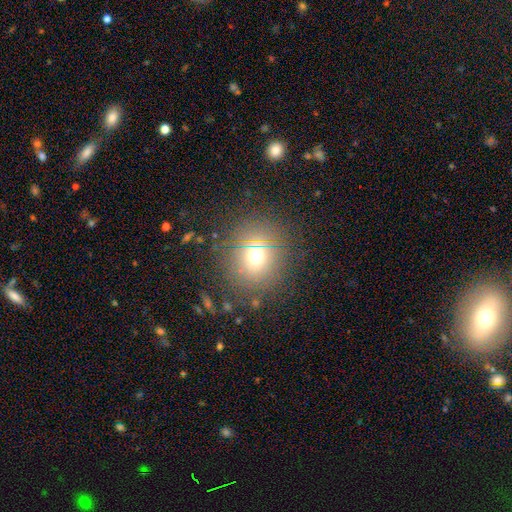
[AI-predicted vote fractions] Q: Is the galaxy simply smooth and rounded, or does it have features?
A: smooth — 59%.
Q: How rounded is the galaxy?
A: round — 88%.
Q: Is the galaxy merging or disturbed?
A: none — 83%.